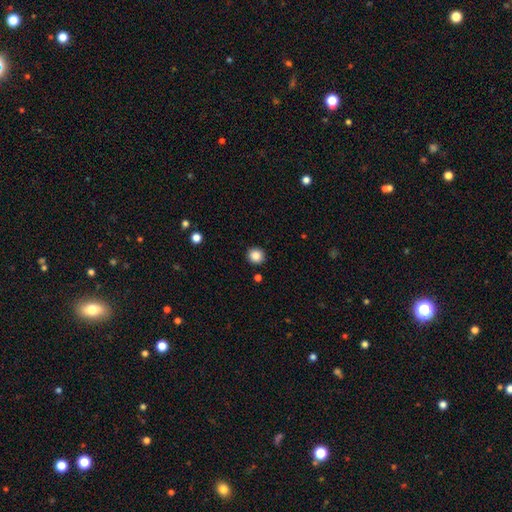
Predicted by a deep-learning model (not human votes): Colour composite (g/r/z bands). It shows a smooth galaxy with no disk features (86%) that is round (92%). Merging: none (91%).